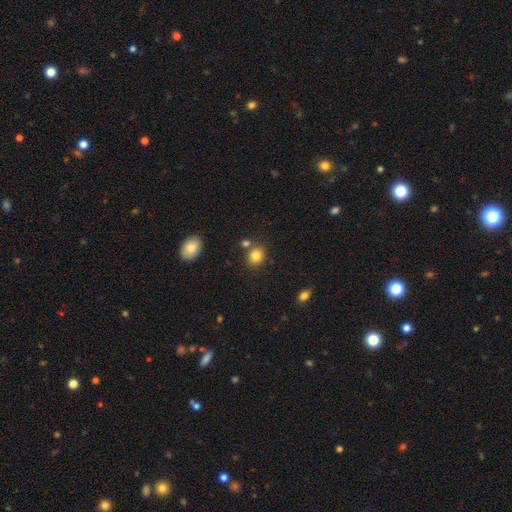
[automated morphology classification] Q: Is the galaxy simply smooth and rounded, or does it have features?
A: smooth — 82%.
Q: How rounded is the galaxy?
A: round — 61%.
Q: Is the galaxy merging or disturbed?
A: none — 71%.